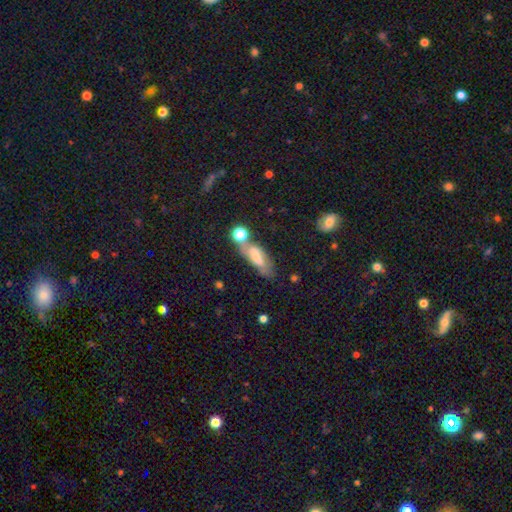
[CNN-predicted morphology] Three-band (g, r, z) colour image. It shows a smooth galaxy with no disk features (53%) that is in between round and cigar-shaped (52%). Merging: none (48%).